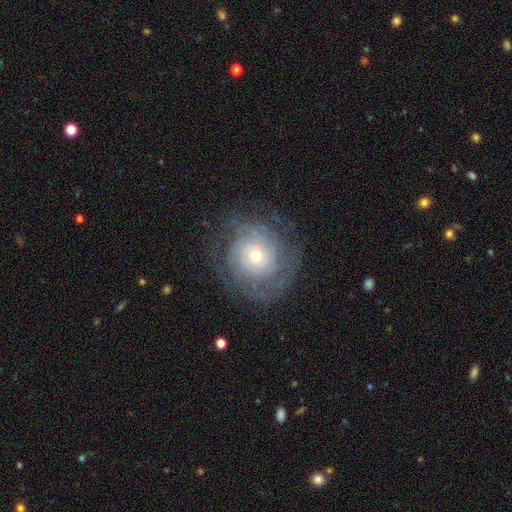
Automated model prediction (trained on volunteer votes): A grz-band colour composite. It shows a featured or disk galaxy (72%) with no bar (80%), tight (75%) spiral arms (88%) and a small central bulge (53%). Merging: none (75%).